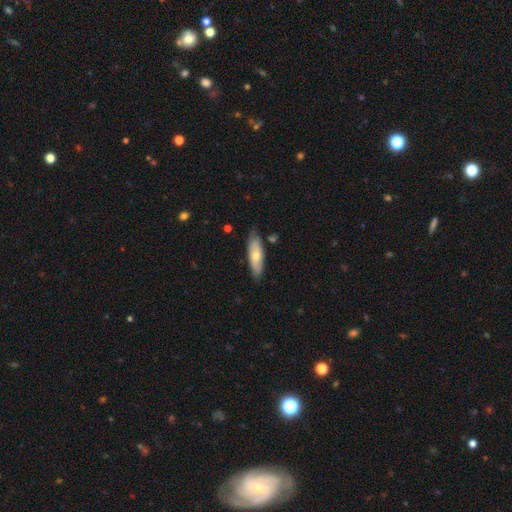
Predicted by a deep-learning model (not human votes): A smooth galaxy with no disk features (60%) that is in between round and cigar-shaped (54%).

Vote fractions:
- Smooth or featured? smooth: 60% / featured or disk: 34% / star or artifact: 6%
- How rounded? in between: 54% / cigar-shaped: 44% / round: 2%
- Merging? none: 82% / minor disturbance: 14% / major disturbance: 2% / merger: 2%